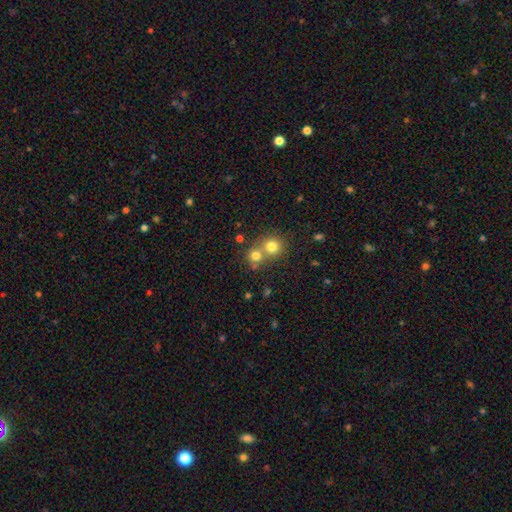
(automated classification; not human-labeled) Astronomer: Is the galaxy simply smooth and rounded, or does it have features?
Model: smooth — 75%.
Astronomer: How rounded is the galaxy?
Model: round — 87%.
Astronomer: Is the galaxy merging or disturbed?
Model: none — 46%, tied with merger at 46%.